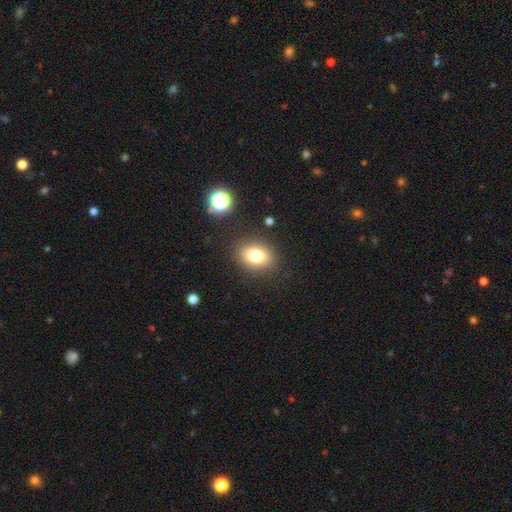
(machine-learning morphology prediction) This appears to be a smooth galaxy with no disk features (78%) that is in between round and cigar-shaped (66%). Merging: none (85%).